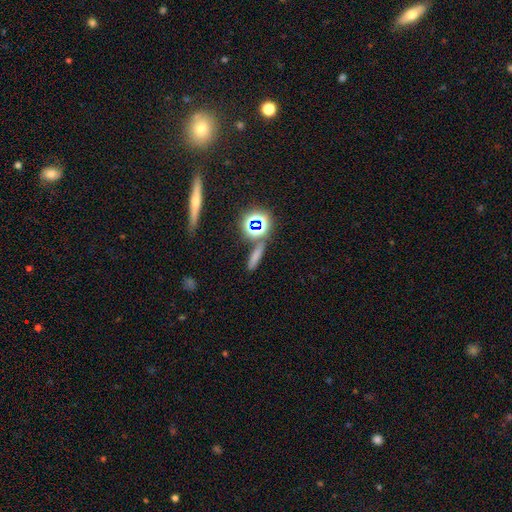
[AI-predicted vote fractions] Smooth or featured? Predicted: smooth (p=0.61). How rounded? Predicted: cigar-shaped (p=0.72). Merging? Predicted: none (p=0.74).